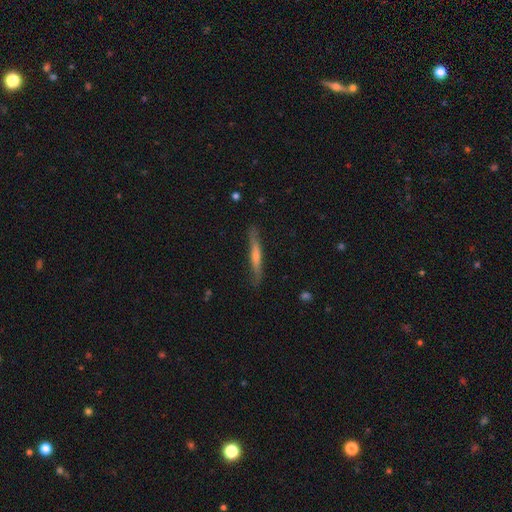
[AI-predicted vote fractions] Smooth or featured?
  - featured or disk: 55% *
  - smooth: 39%
  - star or artifact: 6%
Edge-on disk?
  - yes: 95% *
  - no: 5%
Edge-on bulge?
  - rounded: 46% *
  - none: 41%
  - boxy: 13%
Merging?
  - none: 84% *
  - minor disturbance: 12%
  - major disturbance: 2%
  - merger: 1%